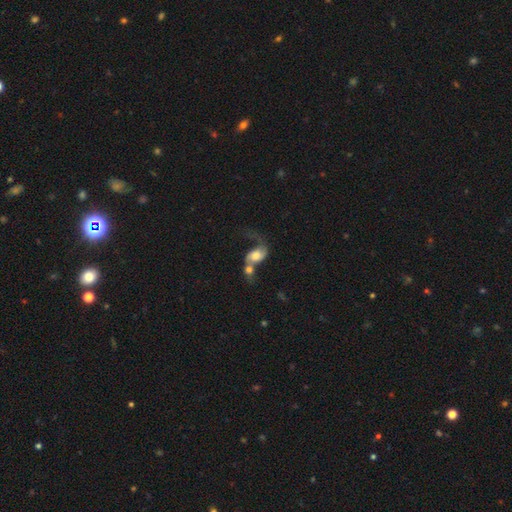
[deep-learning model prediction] Smooth or featured: featured or disk — 55% (smooth — 36%)
Edge-on disk: no — 95% (yes — 5%)
Bar: no — 67% (weak — 26%)
Spiral arms: yes — 79% (no — 21%)
Bulge size: large — 37% (moderate — 35%)
Merging: merger — 68% (major disturbance — 15%)